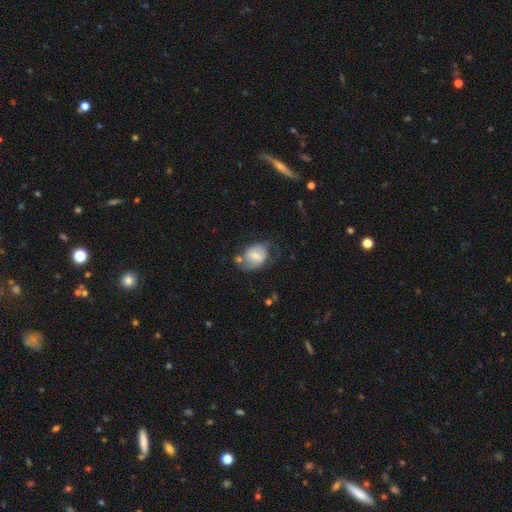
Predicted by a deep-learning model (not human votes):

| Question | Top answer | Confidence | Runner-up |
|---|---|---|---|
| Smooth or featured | smooth | 48% | featured or disk (44%) |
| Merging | none | 47% | minor disturbance (25%) |